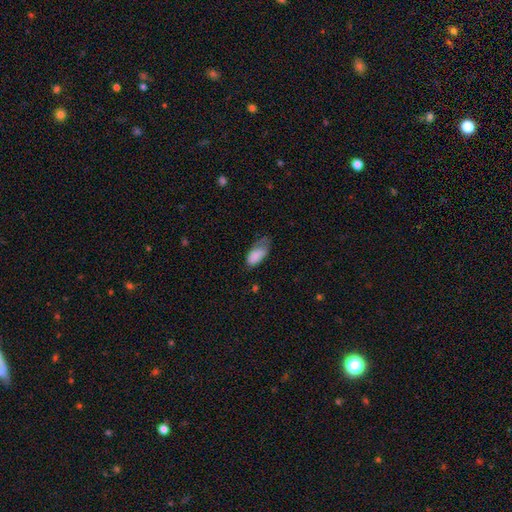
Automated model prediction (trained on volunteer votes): smooth-or-featured: smooth: 81% | featured or disk: 11% | star or artifact: 8%
  how-rounded: in between: 92% | cigar-shaped: 5% | round: 3%
  merging: minor disturbance: 39% | major disturbance: 31% | none: 27% | merger: 3%